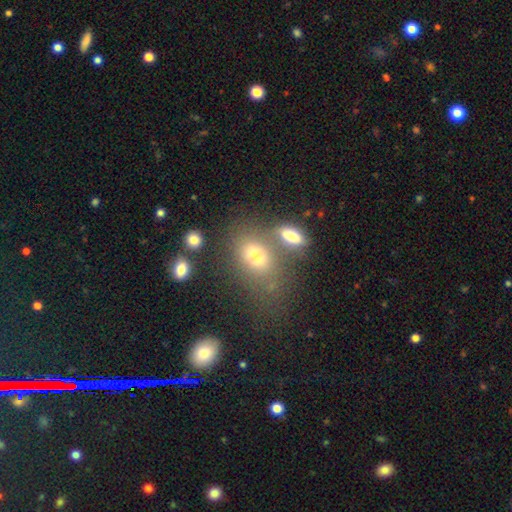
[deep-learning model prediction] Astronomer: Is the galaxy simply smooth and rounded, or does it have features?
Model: smooth — 68%.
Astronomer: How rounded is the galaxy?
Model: in between — 80%.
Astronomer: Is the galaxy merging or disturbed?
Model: none — 48% (runner-up: merger, 28%).